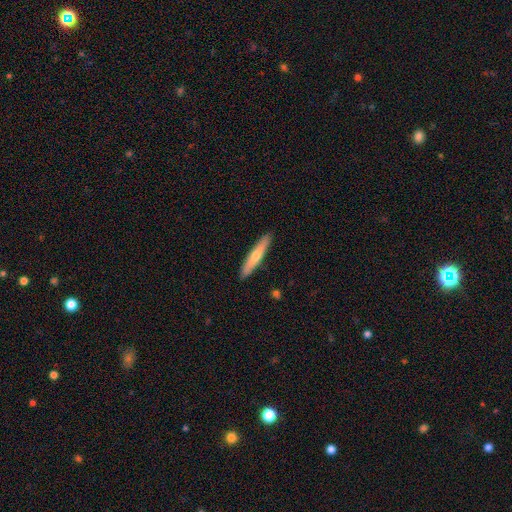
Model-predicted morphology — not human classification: smooth 59%, featured or disk 36%, star or artifact 5%. Down the decision tree: how rounded — cigar-shaped (92%); merging — none (91%).